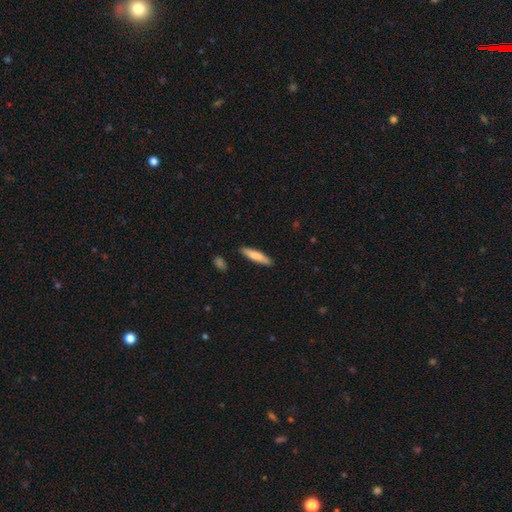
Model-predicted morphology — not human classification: type=smooth (79%); roundness=cigar-shaped (81%); merging=none (87%).